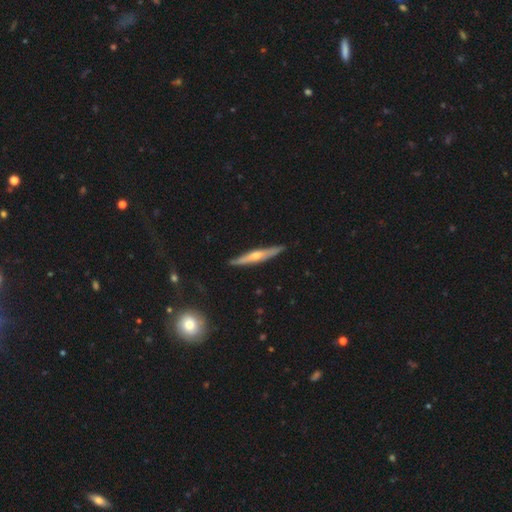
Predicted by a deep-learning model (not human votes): smooth-or-featured: featured or disk: 66% | smooth: 29% | star or artifact: 6%
  disk-edge-on: yes: 96% | no: 4%
    edge-on-bulge: rounded: 85% | none: 11% | boxy: 5%
  merging: none: 87% | minor disturbance: 10% | major disturbance: 2% | merger: 1%